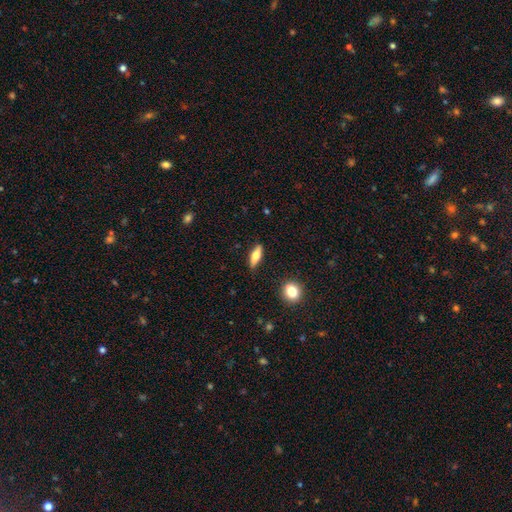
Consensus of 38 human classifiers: Smooth or featured?
  - smooth: 53% *
  - featured or disk: 45%
  - star or artifact: 3%
How rounded?
  - cigar-shaped: 65% *
  - in between: 30%
  - round: 5%
Merging?
  - none: 86% *
  - minor disturbance: 8%
  - major disturbance: 5%
  - merger: 0%